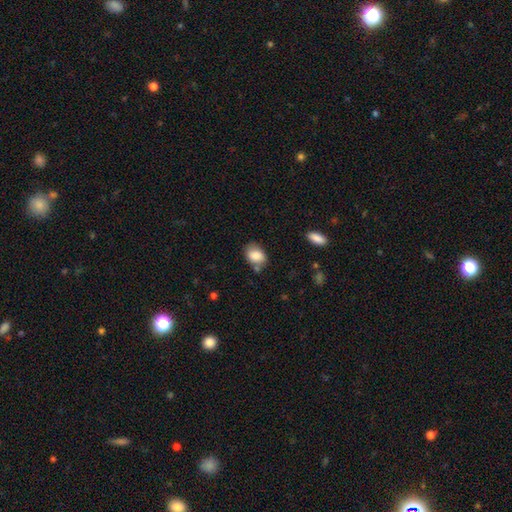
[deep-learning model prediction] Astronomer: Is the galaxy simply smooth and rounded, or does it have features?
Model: smooth — 84%.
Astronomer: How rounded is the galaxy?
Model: in between — 74%.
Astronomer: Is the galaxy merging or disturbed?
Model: none — 65%.